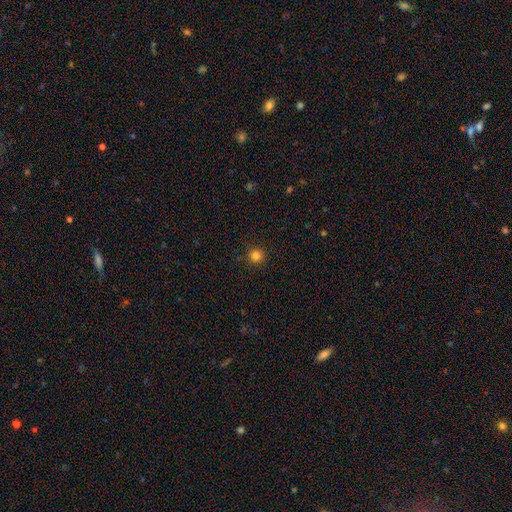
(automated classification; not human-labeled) smooth_or_featured: smooth (p=0.82) [alt: star or artifact p=0.13]
how_rounded: round (p=0.94) [alt: in between p=0.05]
merging: none (p=0.91) [alt: minor disturbance p=0.06]